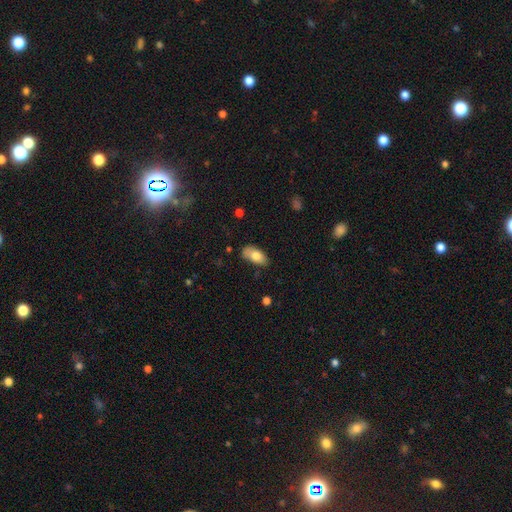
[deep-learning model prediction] Smooth or featured? smooth (79%)
How rounded? in between (91%)
Merging? none (65%)